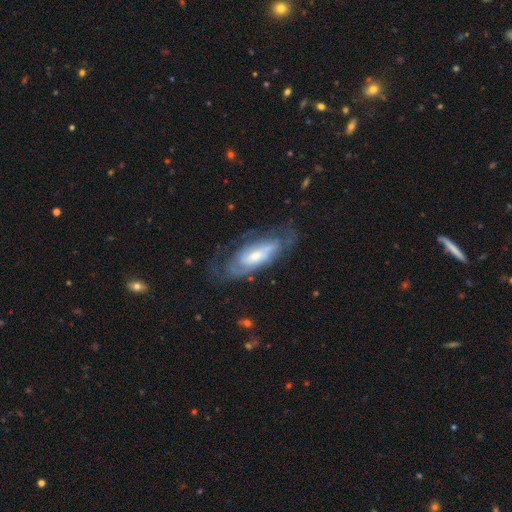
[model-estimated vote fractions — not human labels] Q: Smooth or featured?
A: featured or disk (72%); runner-up: smooth (22%)
Q: Edge-on disk?
A: no (84%); runner-up: yes (16%)
Q: Bar?
A: no (59%); runner-up: weak (31%)
Q: Spiral arms?
A: yes (81%); runner-up: no (19%)
Q: Bulge size?
A: moderate (48%); runner-up: small (37%)
Q: Merging?
A: none (60%); runner-up: minor disturbance (22%)